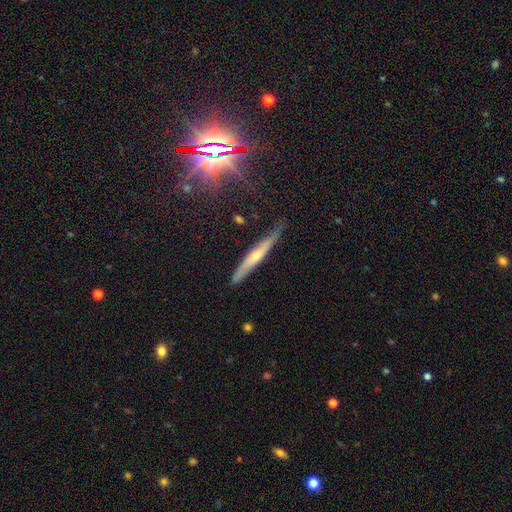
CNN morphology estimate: Smooth or featured? featured or disk (60%)
Edge-on disk? yes (92%)
Edge-on bulge? rounded (71%)
Merging? none (78%)